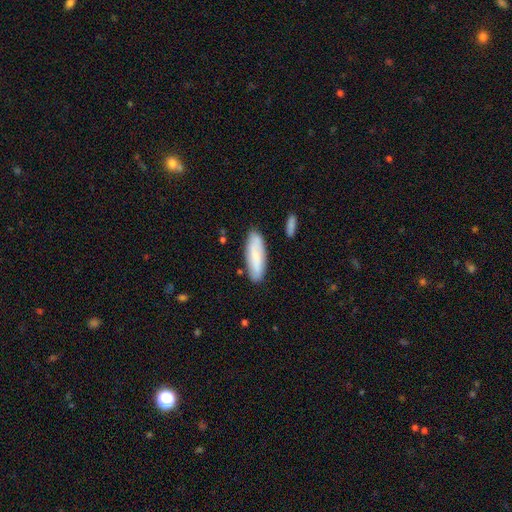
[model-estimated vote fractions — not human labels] smooth-or-featured: smooth: 68% | featured or disk: 26% | star or artifact: 6%
  how-rounded: in between: 52% | cigar-shaped: 46% | round: 2%
  merging: none: 84% | minor disturbance: 12% | major disturbance: 2% | merger: 2%